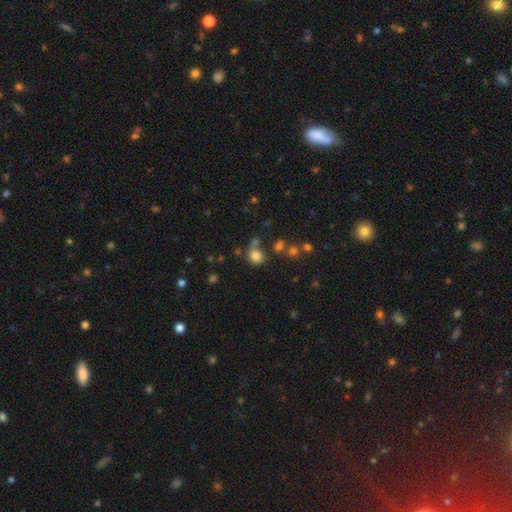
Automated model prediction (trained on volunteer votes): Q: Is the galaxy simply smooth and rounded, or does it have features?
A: smooth — 79%.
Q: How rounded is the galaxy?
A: round — 75%.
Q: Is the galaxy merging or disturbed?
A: none — 60%.